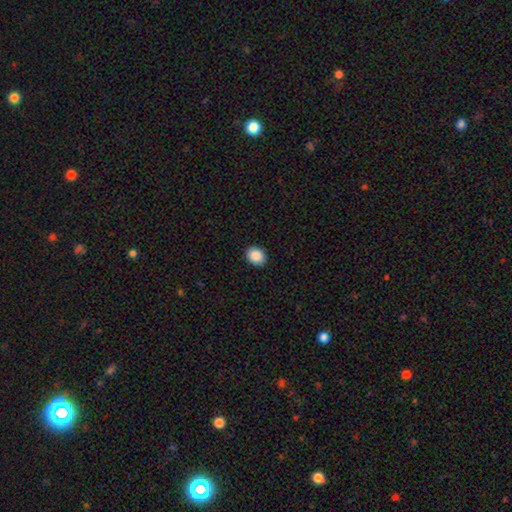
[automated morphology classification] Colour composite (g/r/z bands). It shows a smooth galaxy with no disk features (89%) that is in between round and cigar-shaped (50%). Merging: none (91%).